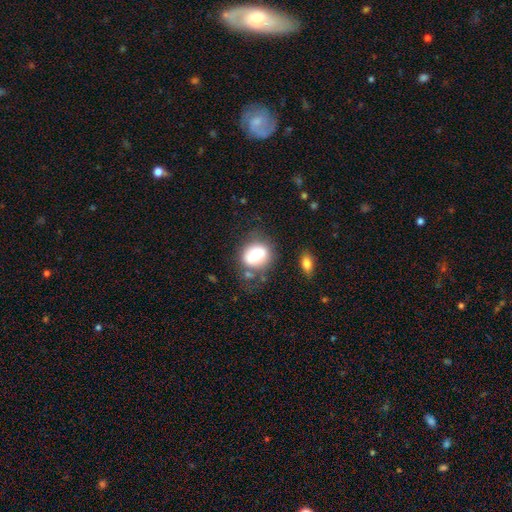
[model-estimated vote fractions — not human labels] This appears to be a smooth galaxy with no disk features (74%) that is in between round and cigar-shaped (61%). Merging: none (61%).